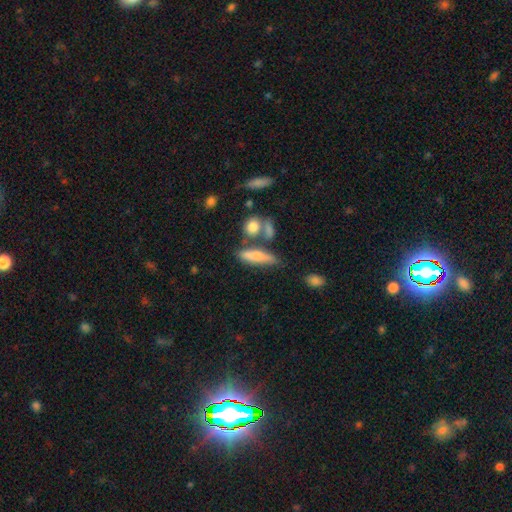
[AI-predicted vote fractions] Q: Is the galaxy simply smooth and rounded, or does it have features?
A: smooth — 73%.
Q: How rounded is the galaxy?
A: cigar-shaped — 58%.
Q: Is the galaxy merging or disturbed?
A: none — 56%.